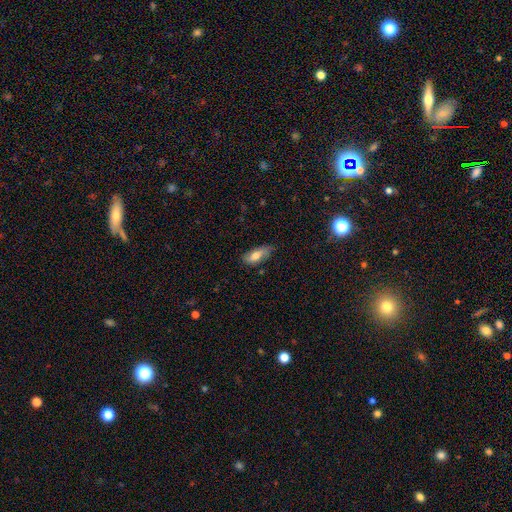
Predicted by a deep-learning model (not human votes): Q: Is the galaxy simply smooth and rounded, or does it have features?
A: smooth — 74%.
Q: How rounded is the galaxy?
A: in between — 76%.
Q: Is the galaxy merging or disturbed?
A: none — 67%.